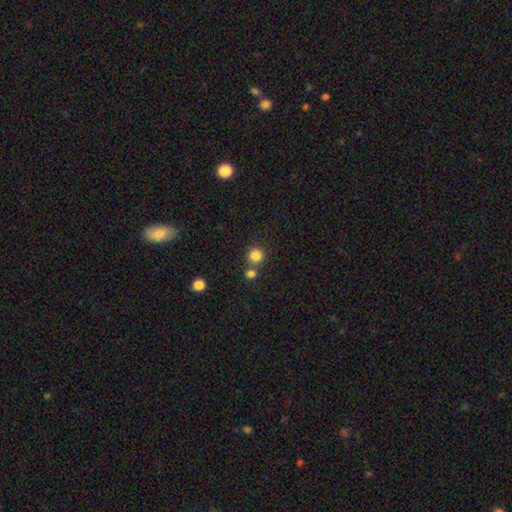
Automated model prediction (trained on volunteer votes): Smooth or featured: smooth — 83% (star or artifact — 12%)
How rounded: round — 92% (in between — 7%)
Merging: none — 71% (merger — 19%)